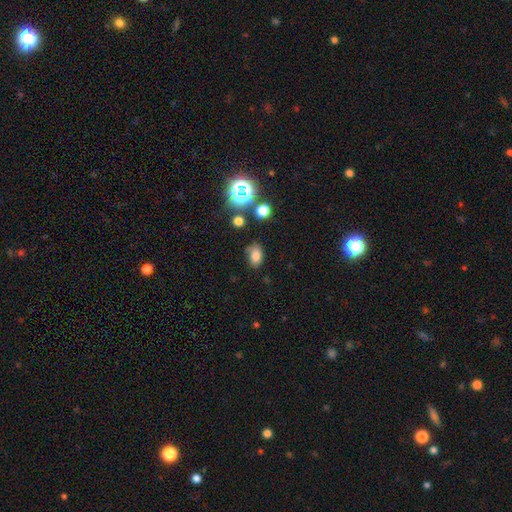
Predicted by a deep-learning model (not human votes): Morphology: type=smooth (75%); roundness=in between (80%); merging=none (67%).